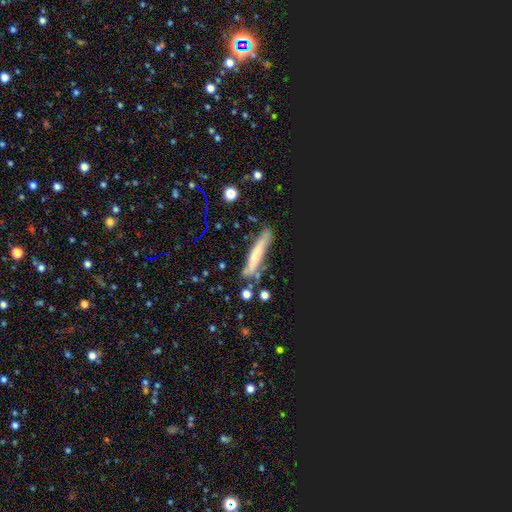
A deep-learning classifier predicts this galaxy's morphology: type=smooth (47%); merging=none (69%).